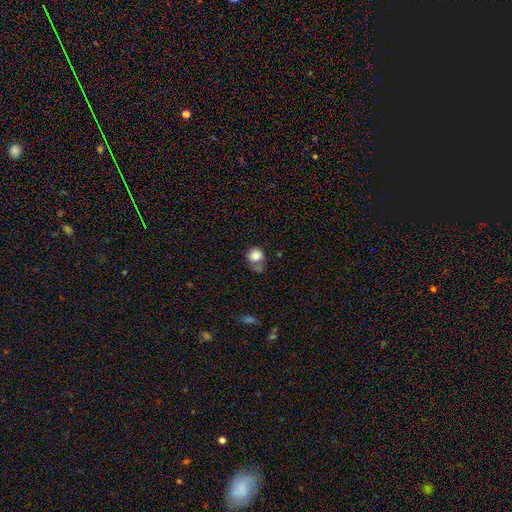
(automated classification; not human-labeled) Smooth or featured? Predicted: smooth (p=0.82). How rounded? Predicted: round (p=0.84). Merging? Predicted: none (p=0.43).